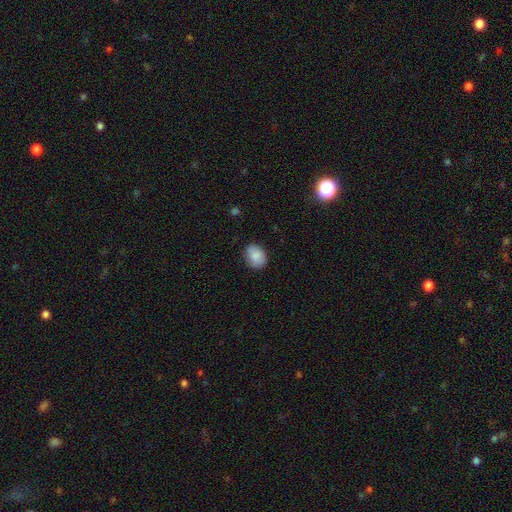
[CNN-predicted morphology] The model was most divided on "how rounded": in between: 62%, round: 37%, cigar-shaped: 1%. More confident: smooth or featured — smooth (86%); merging — none (81%).